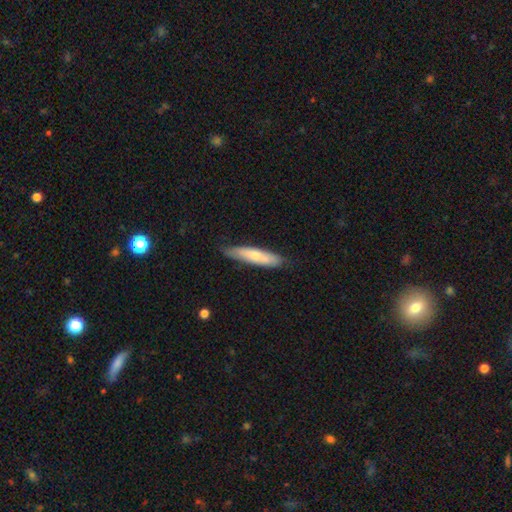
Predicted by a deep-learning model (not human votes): Morphology: type=smooth (65%); roundness=cigar-shaped (78%); merging=none (78%).